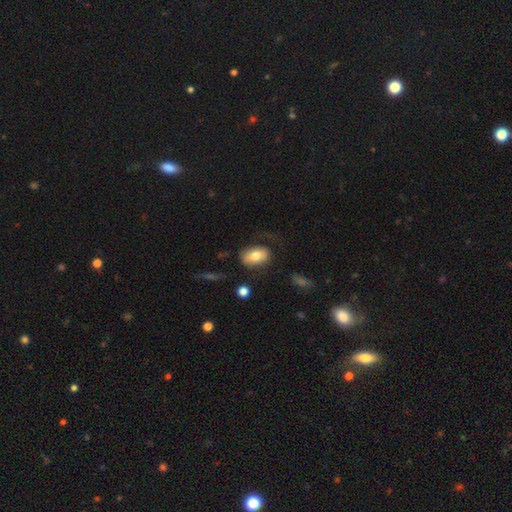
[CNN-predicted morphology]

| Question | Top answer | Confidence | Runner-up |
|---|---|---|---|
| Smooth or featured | smooth | 73% | featured or disk (20%) |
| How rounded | in between | 89% | round (9%) |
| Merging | none | 61% | minor disturbance (20%) |